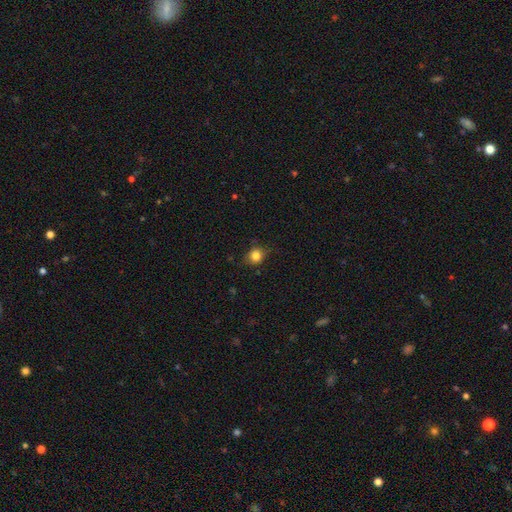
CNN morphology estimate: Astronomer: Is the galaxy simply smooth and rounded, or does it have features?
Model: smooth — 81%.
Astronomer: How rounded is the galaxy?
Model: round — 79%.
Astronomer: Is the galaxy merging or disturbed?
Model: none — 75%.